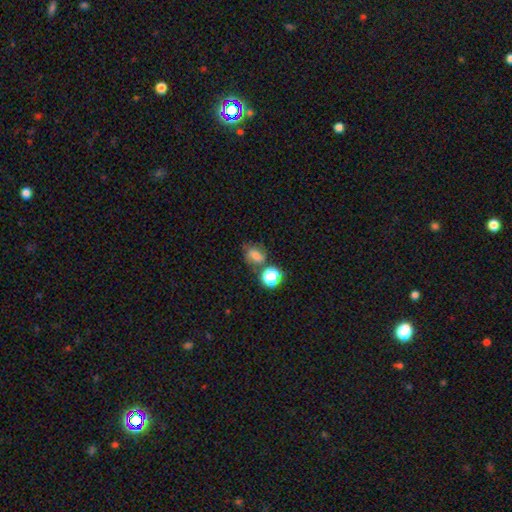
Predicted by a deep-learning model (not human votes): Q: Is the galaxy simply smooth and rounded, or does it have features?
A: smooth — 67%.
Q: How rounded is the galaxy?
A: in between — 49%, tied with round.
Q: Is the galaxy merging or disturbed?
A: none — 54%.